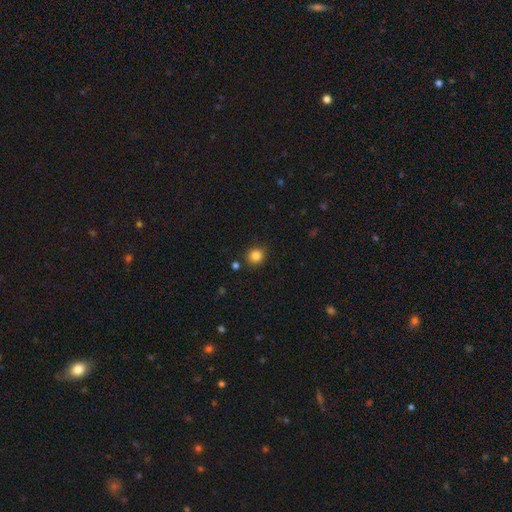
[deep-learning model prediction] Morphology: type=smooth (85%); roundness=round (87%); merging=none (87%).